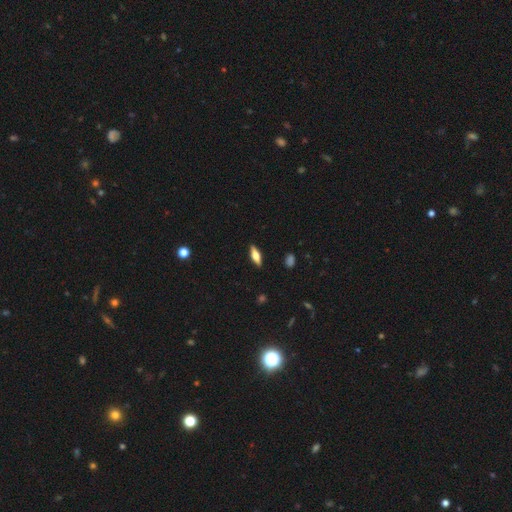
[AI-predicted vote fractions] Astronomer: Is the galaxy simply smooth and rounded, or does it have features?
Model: smooth — 49% (runner-up: featured or disk, 44%).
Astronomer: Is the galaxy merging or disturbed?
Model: none — 89%.